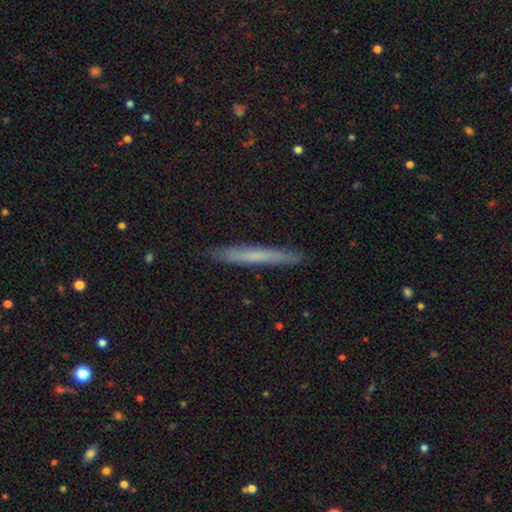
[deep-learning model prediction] Smooth or featured: smooth — 56% (featured or disk — 37%)
How rounded: cigar-shaped — 97% (in between — 2%)
Merging: none — 90% (minor disturbance — 8%)